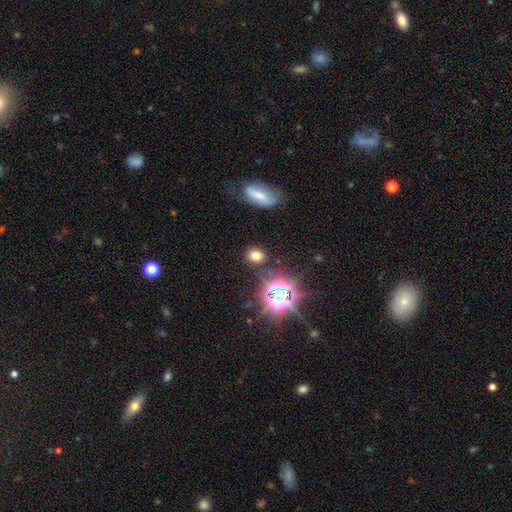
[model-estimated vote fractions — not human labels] smooth-or-featured: smooth: 70% | star or artifact: 23% | featured or disk: 6%
  how-rounded: round: 59% | in between: 39% | cigar-shaped: 2%
  merging: none: 80% | minor disturbance: 11% | merger: 5% | major disturbance: 4%